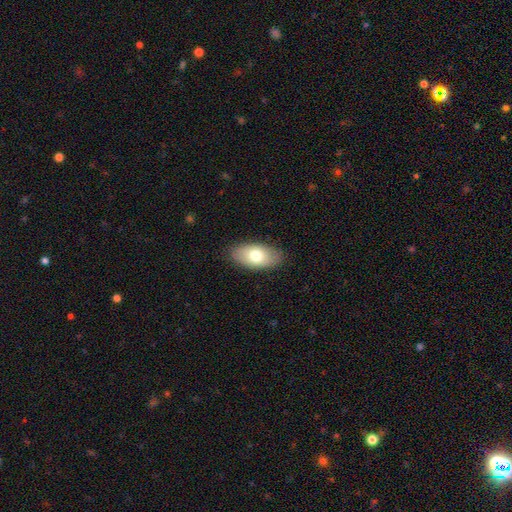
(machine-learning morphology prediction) Smooth or featured?
  - smooth: 73% *
  - featured or disk: 20%
  - star or artifact: 7%
How rounded?
  - in between: 93% *
  - round: 4%
  - cigar-shaped: 3%
Merging?
  - none: 87% *
  - minor disturbance: 10%
  - major disturbance: 2%
  - merger: 1%